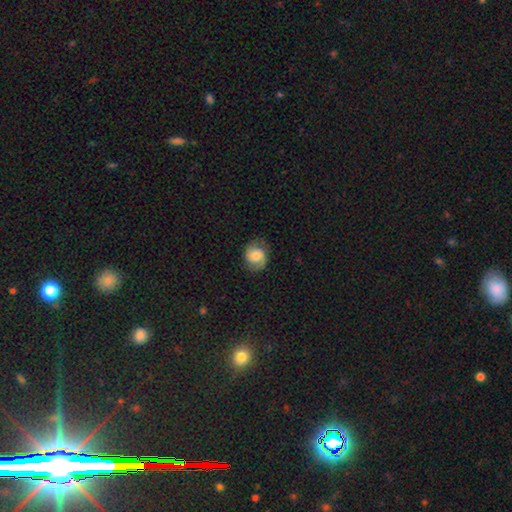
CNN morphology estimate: Smooth or featured?
  - smooth: 56% *
  - featured or disk: 36%
  - star or artifact: 9%
How rounded?
  - round: 67% *
  - in between: 32%
  - cigar-shaped: 1%
Merging?
  - none: 72% *
  - minor disturbance: 20%
  - major disturbance: 7%
  - merger: 1%